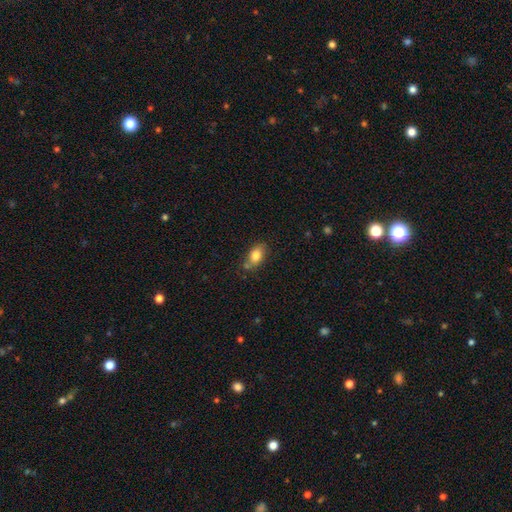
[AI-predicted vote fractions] smooth_or_featured: smooth (p=0.80) [alt: featured or disk p=0.11]
how_rounded: in between (p=0.83) [alt: round p=0.13]
merging: none (p=0.65) [alt: minor disturbance p=0.21]